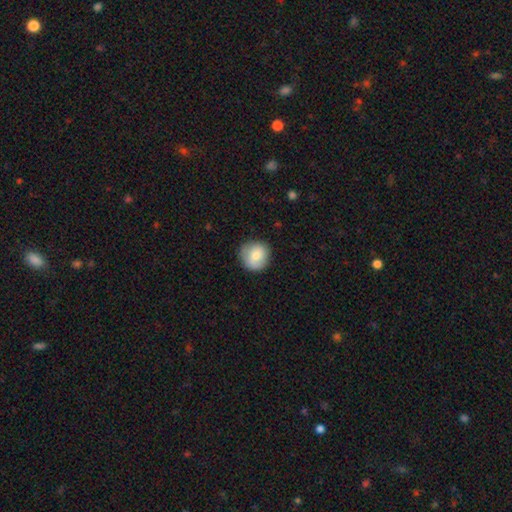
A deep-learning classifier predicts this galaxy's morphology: This is likely a smooth galaxy (78%). How rounded: clearly round (91%). Merging: clearly none (83%).